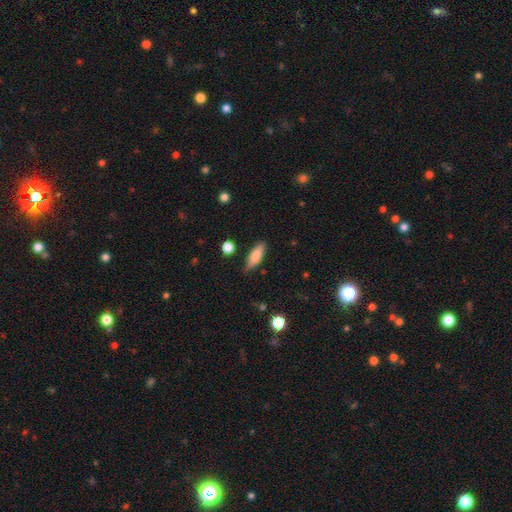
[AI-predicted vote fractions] smooth-or-featured: smooth: 82% | featured or disk: 11% | star or artifact: 7%
  how-rounded: in between: 60% | cigar-shaped: 38% | round: 2%
  merging: none: 78% | minor disturbance: 17% | major disturbance: 3% | merger: 2%